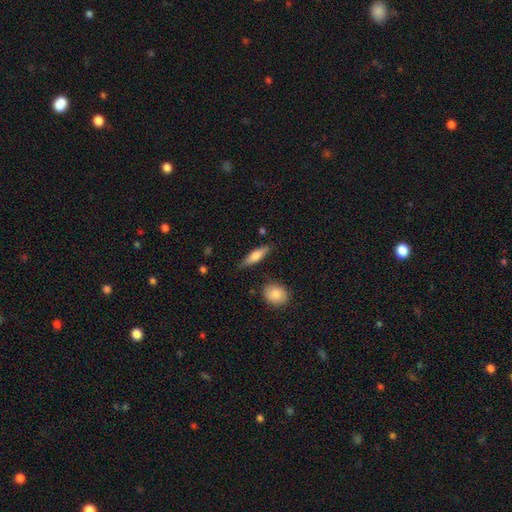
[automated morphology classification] Overall: smooth (64%; featured or disk 29%). How rounded: cigar-shaped (54%; in between 43%). Merging: none (80%).